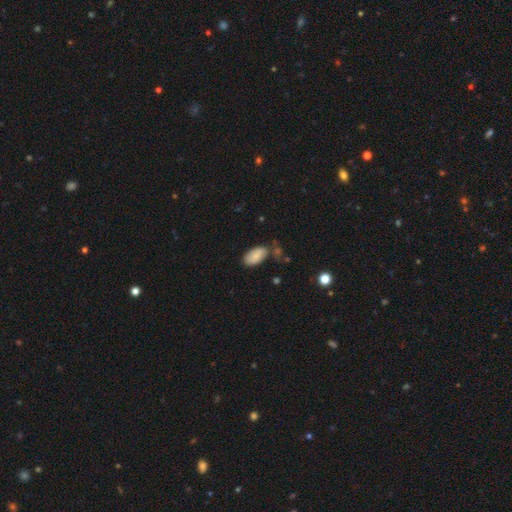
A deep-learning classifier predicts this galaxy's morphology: A smooth galaxy with no disk features (83%) that is in between round and cigar-shaped (95%). Merging: none (66%).